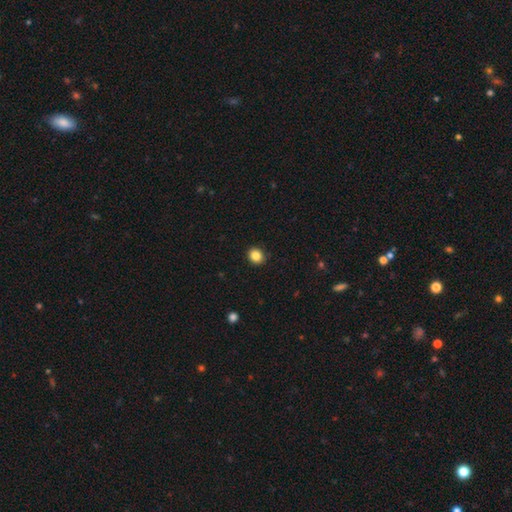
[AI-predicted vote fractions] The model was most divided on "how rounded": round: 79%, in between: 20%, cigar-shaped: 1%. More confident: merging — none (92%); smooth or featured — smooth (86%).